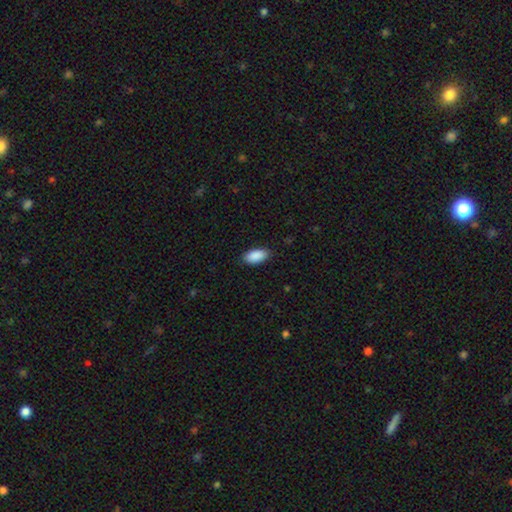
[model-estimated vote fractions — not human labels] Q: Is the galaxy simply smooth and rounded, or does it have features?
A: smooth — 91%.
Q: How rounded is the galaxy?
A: in between — 94%.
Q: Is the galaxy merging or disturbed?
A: none — 86%.